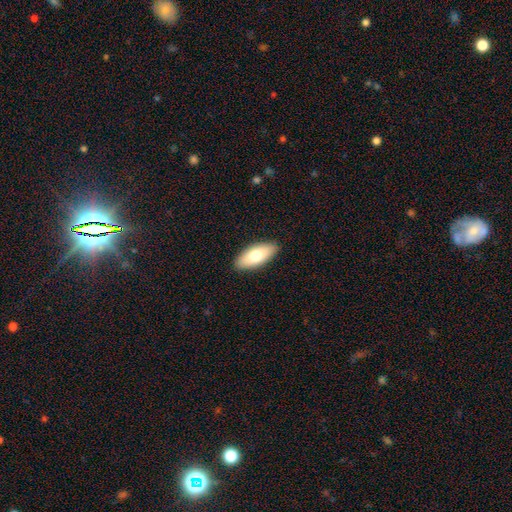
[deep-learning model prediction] Smooth or featured? Predicted: smooth (p=0.74). How rounded? Predicted: in between (p=0.86). Merging? Predicted: none (p=0.89).